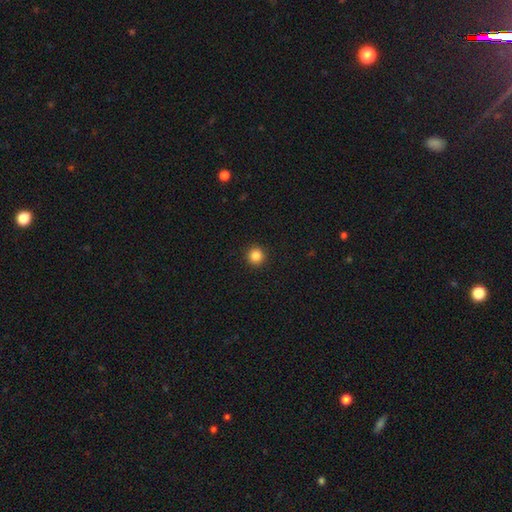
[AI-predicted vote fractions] Q: Smooth or featured?
A: smooth (85%); runner-up: star or artifact (11%)
Q: How rounded?
A: round (95%); runner-up: in between (4%)
Q: Merging?
A: none (93%); runner-up: minor disturbance (4%)